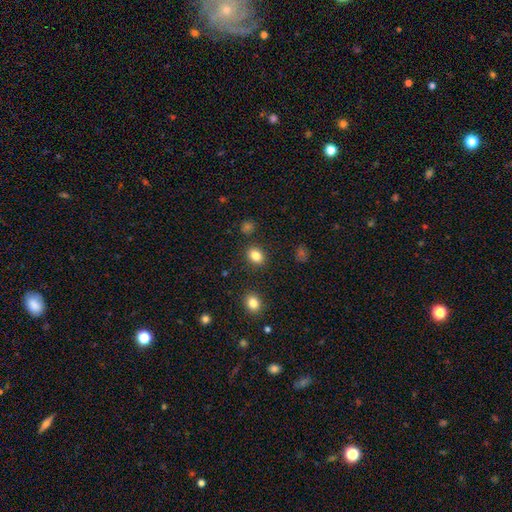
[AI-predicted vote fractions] The model was most divided on "how rounded": in between: 55%, round: 43%, cigar-shaped: 1%. More confident: merging — none (87%); smooth or featured — smooth (84%).